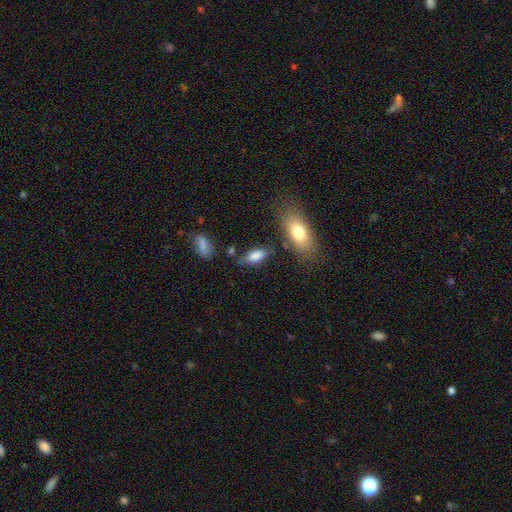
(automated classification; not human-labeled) This is clearly a smooth galaxy (82%). How rounded: clearly in between (82%). Merging: likely none (65%).